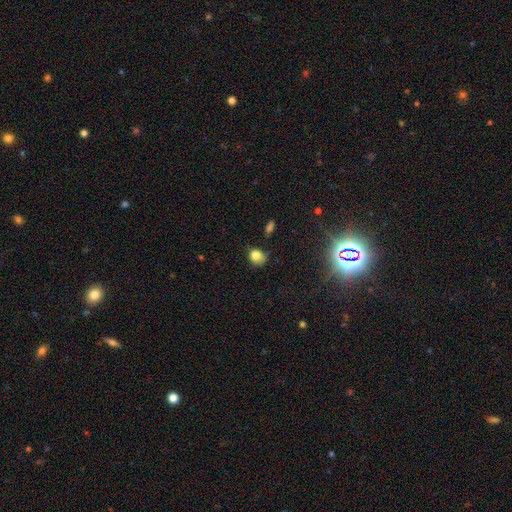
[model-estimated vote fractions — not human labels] Smooth or featured? smooth (81%)
How rounded? round (59%)
Merging? none (57%)